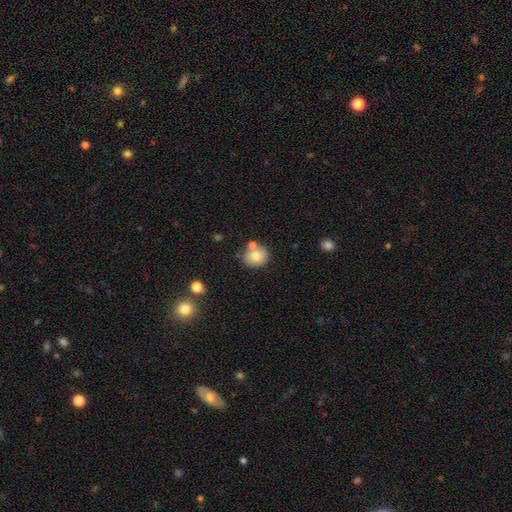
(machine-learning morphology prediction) Smooth or featured?
  - smooth: 73% *
  - featured or disk: 18%
  - star or artifact: 9%
How rounded?
  - round: 72% *
  - in between: 27%
  - cigar-shaped: 1%
Merging?
  - none: 62% *
  - merger: 20%
  - minor disturbance: 14%
  - major disturbance: 4%